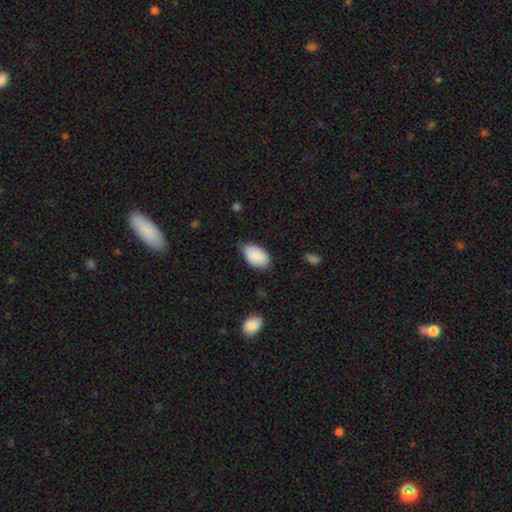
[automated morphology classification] Q: Smooth or featured?
A: smooth (88%); runner-up: star or artifact (6%)
Q: How rounded?
A: in between (93%); runner-up: round (6%)
Q: Merging?
A: none (67%); runner-up: minor disturbance (27%)